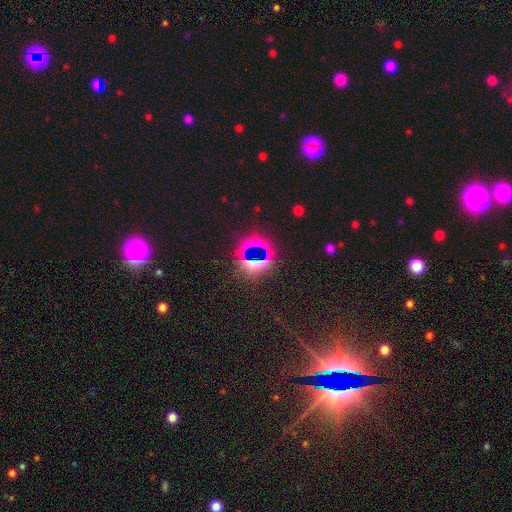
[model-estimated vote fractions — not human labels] This appears to be a star or artifact, not a galaxy (76%).